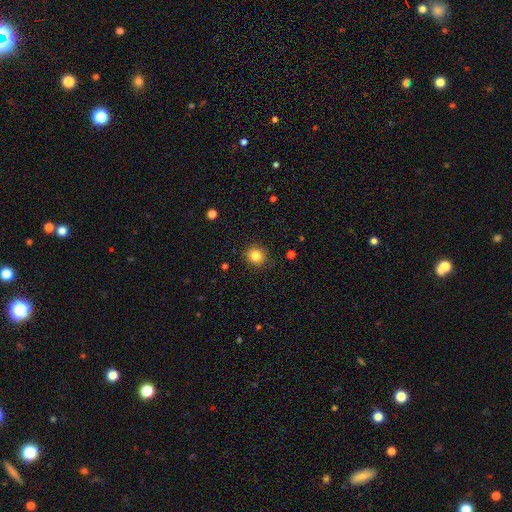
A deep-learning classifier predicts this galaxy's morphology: Smooth or featured? Predicted: smooth (p=0.83). How rounded? Predicted: round (p=0.86). Merging? Predicted: none (p=0.89).